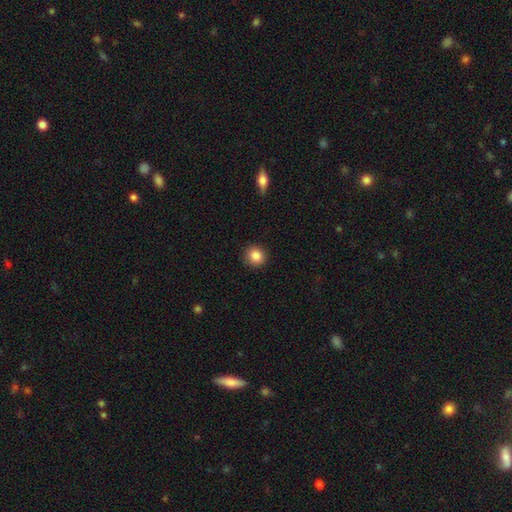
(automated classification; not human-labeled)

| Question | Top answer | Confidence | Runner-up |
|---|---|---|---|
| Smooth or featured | smooth | 86% | star or artifact (10%) |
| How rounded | round | 88% | in between (11%) |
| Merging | none | 90% | minor disturbance (7%) |